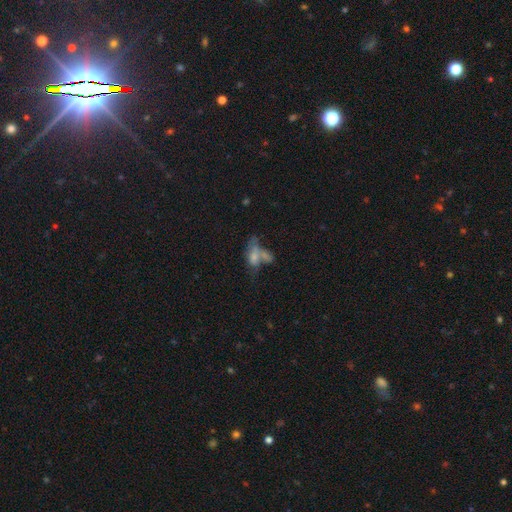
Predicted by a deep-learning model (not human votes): A smooth galaxy with no disk features (56%) that is in between round and cigar-shaped (83%).

Vote fractions:
- Smooth or featured? smooth: 56% / featured or disk: 31% / star or artifact: 13%
- How rounded? in between: 83% / round: 9% / cigar-shaped: 8%
- Merging? merger: 52% / none: 18% / major disturbance: 18% / minor disturbance: 12%